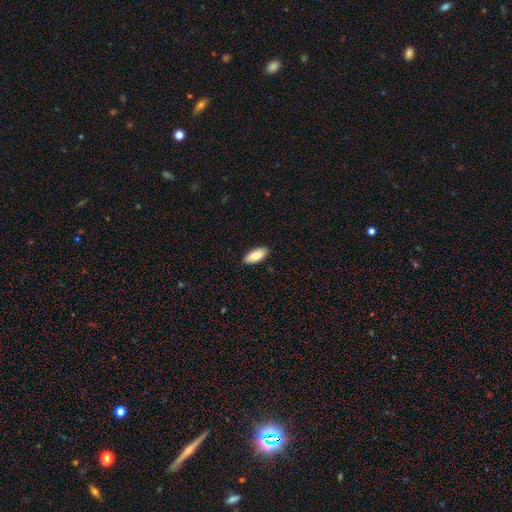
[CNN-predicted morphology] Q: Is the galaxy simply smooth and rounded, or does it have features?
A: smooth — 87%.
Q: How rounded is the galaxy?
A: in between — 89%.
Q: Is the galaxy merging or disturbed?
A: none — 89%.